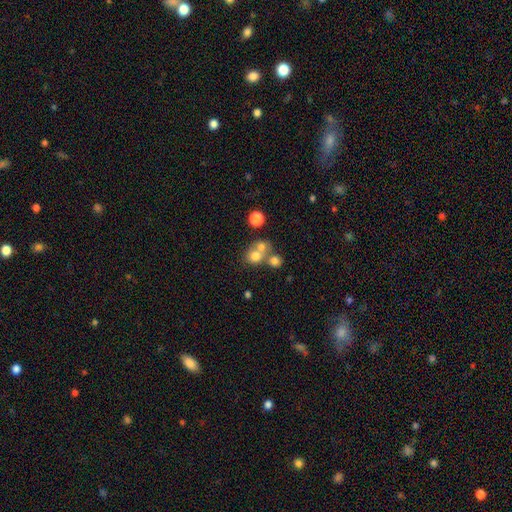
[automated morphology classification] Q: Smooth or featured?
A: smooth (71%); runner-up: featured or disk (15%)
Q: How rounded?
A: round (80%); runner-up: in between (19%)
Q: Merging?
A: merger (49%); runner-up: none (40%)